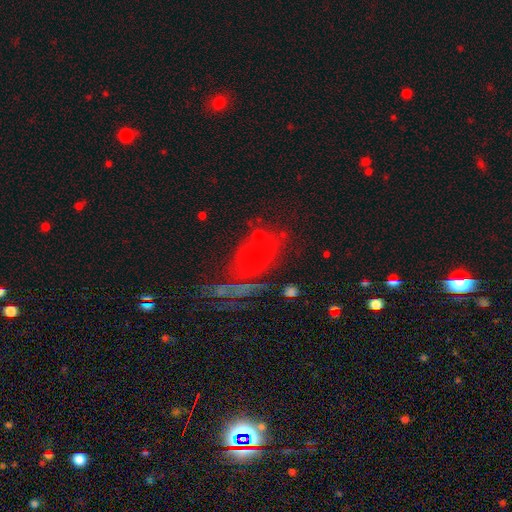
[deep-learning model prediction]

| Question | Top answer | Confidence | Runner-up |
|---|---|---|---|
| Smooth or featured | smooth | 47% | star or artifact (27%) |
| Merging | none | 55% | minor disturbance (20%) |